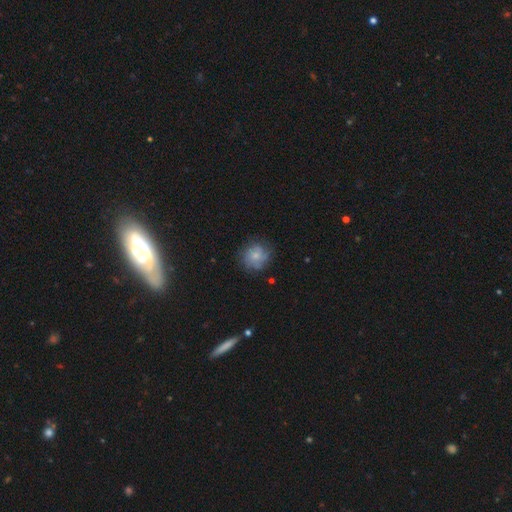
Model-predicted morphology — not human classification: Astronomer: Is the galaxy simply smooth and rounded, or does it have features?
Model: smooth — 52% (runner-up: featured or disk, 38%).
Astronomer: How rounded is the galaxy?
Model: round — 85%.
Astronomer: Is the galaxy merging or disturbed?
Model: none — 73%.